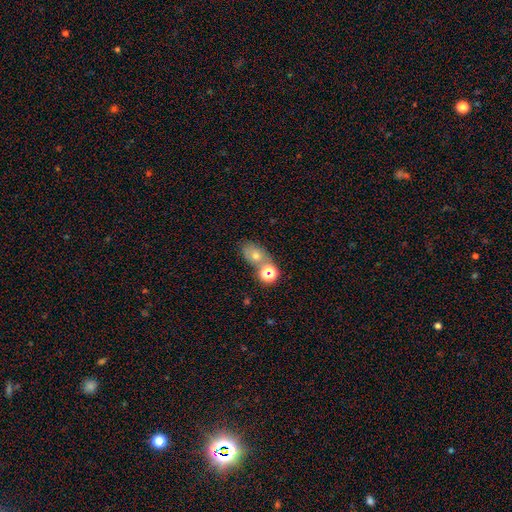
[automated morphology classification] This appears to be a smooth galaxy with no disk features (58%) that is in between round and cigar-shaped (67%). Merging: none (56%).